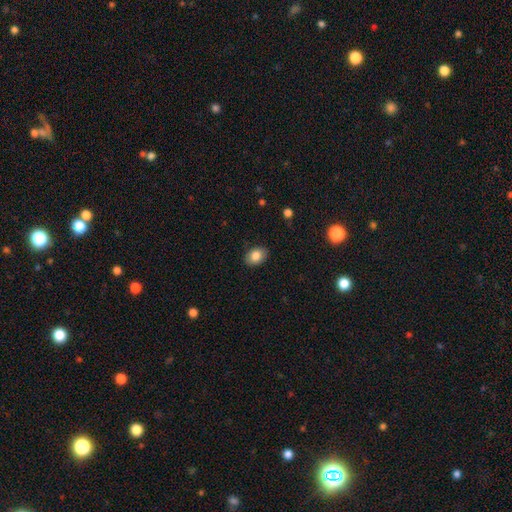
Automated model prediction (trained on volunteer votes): A smooth galaxy with no disk features (83%) that is in between round and cigar-shaped (74%).

Vote fractions:
- Smooth or featured? smooth: 83% / featured or disk: 9% / star or artifact: 8%
- How rounded? in between: 74% / round: 25% / cigar-shaped: 1%
- Merging? none: 87% / minor disturbance: 10% / major disturbance: 2% / merger: 1%